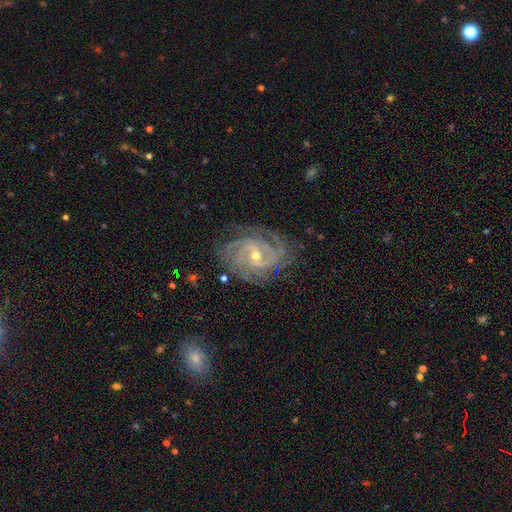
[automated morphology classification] Smooth or featured?
  - featured or disk: 91% *
  - star or artifact: 5%
  - smooth: 3%
Edge-on disk?
  - no: 97% *
  - yes: 3%
Bar?
  - weak: 41% *
  - no: 40%
  - strong: 19%
Spiral arms?
  - yes: 99% *
  - no: 1%
Spiral winding?
  - tight: 70% *
  - medium: 26%
  - loose: 3%
Spiral arm count?
  - 3: 26% * (tied)
  - 4: 26% * (tied)
  - 2: 17%
  - can't tell: 14%
  - more than 4: 10%
  - 1: 7%
Bulge size?
  - small: 60% *
  - moderate: 38%
  - large: 1%
  - none: 1%
  - dominant: 1%
Merging?
  - none: 78% *
  - minor disturbance: 15%
  - major disturbance: 5%
  - merger: 1%